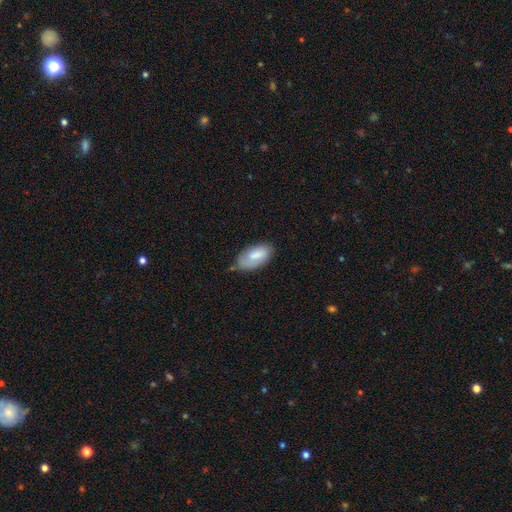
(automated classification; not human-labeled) Smooth or featured?
  - smooth: 80% *
  - featured or disk: 14%
  - star or artifact: 6%
How rounded?
  - in between: 94% *
  - cigar-shaped: 4%
  - round: 2%
Merging?
  - none: 57% *
  - minor disturbance: 33%
  - major disturbance: 6%
  - merger: 4%